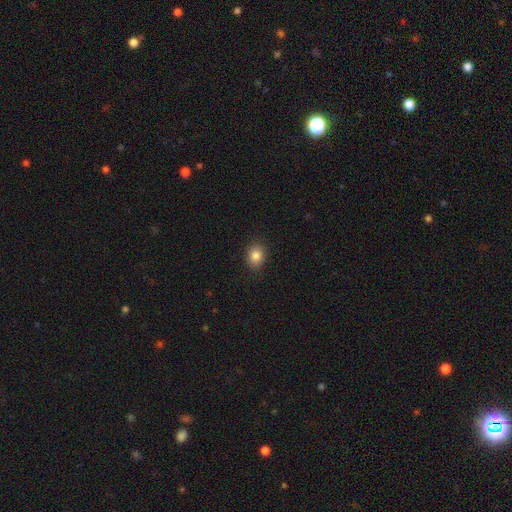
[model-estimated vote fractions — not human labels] Smooth or featured? Predicted: smooth (p=0.84). How rounded? Predicted: round (p=0.53). Merging? Predicted: none (p=0.89).